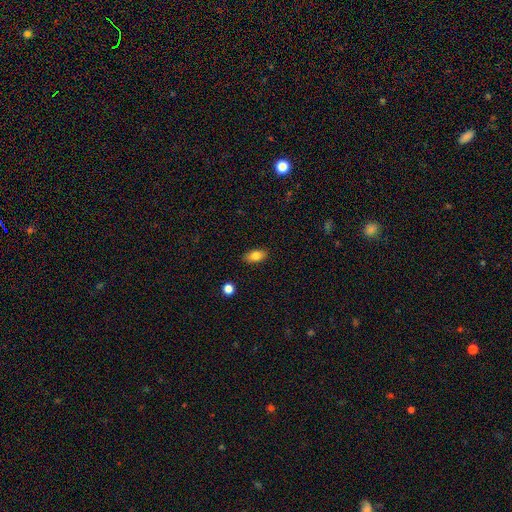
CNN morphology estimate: smooth_or_featured: smooth (p=0.82) [alt: featured or disk p=0.09]
how_rounded: in between (p=0.90) [alt: round p=0.05]
merging: none (p=0.88) [alt: minor disturbance p=0.09]